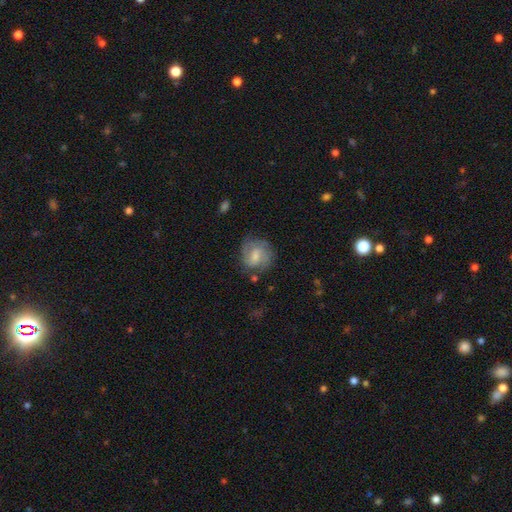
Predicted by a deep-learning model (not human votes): A featured or disk galaxy (62%) with a weak bar (55%), 2 (53%) medium (45%) spiral arms (88%) and a small central bulge (44%).

Vote fractions:
- Smooth or featured? featured or disk: 62% / smooth: 32% / star or artifact: 7%
- Edge-on disk? no: 97% / yes: 3%
- Bar? weak: 55% / no: 33% / strong: 12%
- Spiral arms? yes: 88% / no: 12%
- Spiral winding? medium: 45% / tight: 38% / loose: 17%
- Spiral arm count? 2: 53% / can't tell: 22% / 3: 14% / 1: 4% / 4: 3% / more than 4: 2%
- Bulge size? small: 44% / moderate: 43% / none: 8% / large: 4% / dominant: 1%
- Merging? none: 66% / minor disturbance: 21% / major disturbance: 10% / merger: 3%